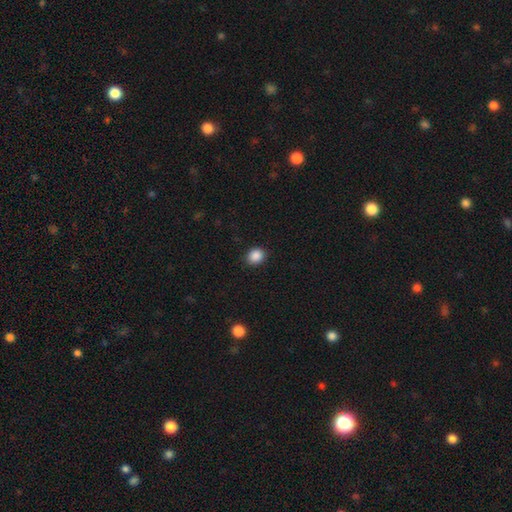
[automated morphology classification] smooth 88%, star or artifact 9%, featured or disk 3%. Down the decision tree: how rounded — round (67%); merging — none (89%).